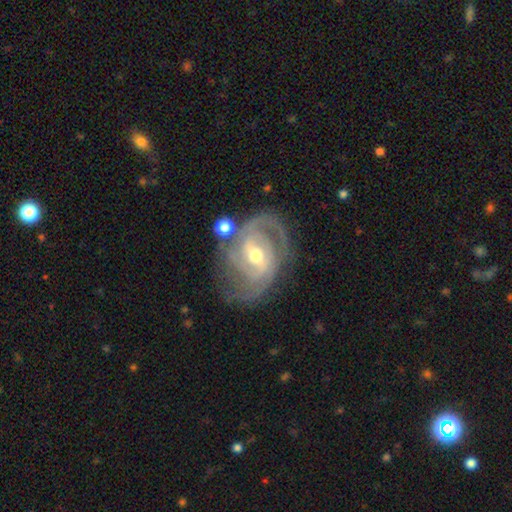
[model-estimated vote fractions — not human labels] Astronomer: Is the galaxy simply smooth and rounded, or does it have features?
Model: featured or disk — 91%.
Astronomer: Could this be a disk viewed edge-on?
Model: no — 97%.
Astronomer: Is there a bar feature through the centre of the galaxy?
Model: weak — 50% (runner-up: strong, 28%).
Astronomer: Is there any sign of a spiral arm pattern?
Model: yes — 97%.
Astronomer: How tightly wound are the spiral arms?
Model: tight — 53% (runner-up: medium, 39%).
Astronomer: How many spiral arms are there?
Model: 2 — 47% (runner-up: 3, 28%).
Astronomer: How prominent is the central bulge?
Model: moderate — 64%.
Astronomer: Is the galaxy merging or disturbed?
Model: none — 65%.